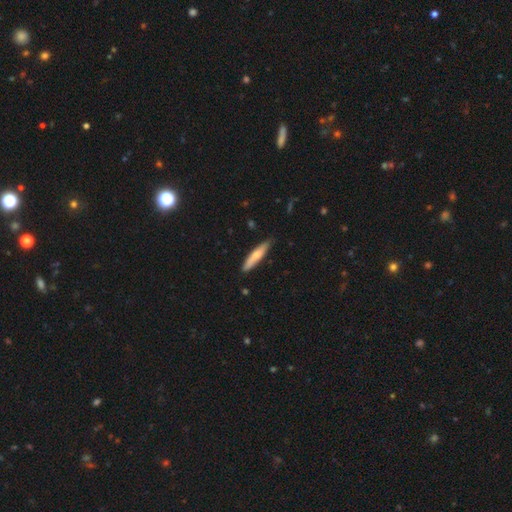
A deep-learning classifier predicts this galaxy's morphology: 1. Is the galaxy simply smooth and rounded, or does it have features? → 66% smooth, 28% featured or disk, 6% star or artifact.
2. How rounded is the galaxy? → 84% cigar-shaped, 15% in between, 1% round.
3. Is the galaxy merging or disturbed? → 83% none, 14% minor disturbance, 2% major disturbance, 2% merger.